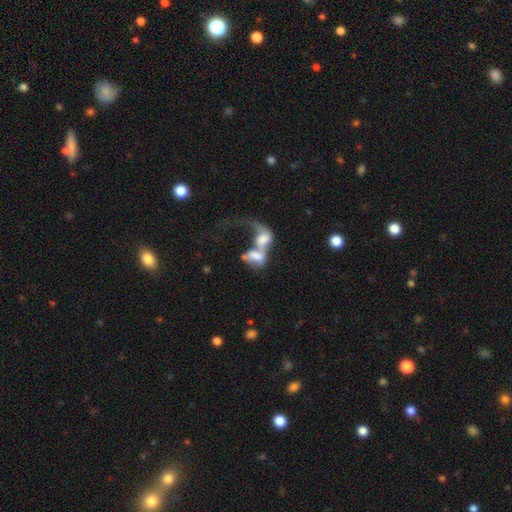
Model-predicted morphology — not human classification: A smooth galaxy with no disk features (49%). Merging: merger (77%).